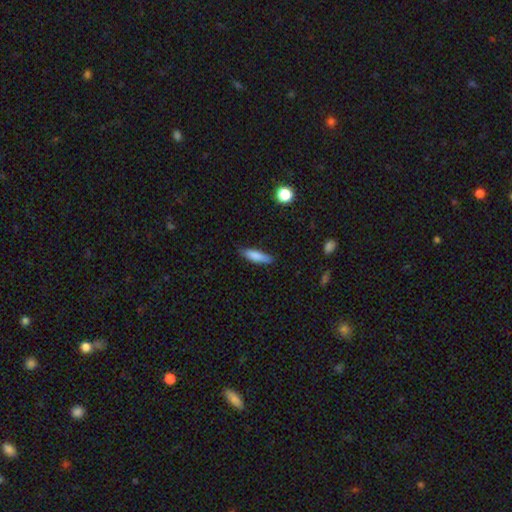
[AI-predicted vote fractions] Smooth or featured: smooth — 81% (featured or disk — 12%)
How rounded: cigar-shaped — 68% (in between — 30%)
Merging: none — 80% (minor disturbance — 16%)